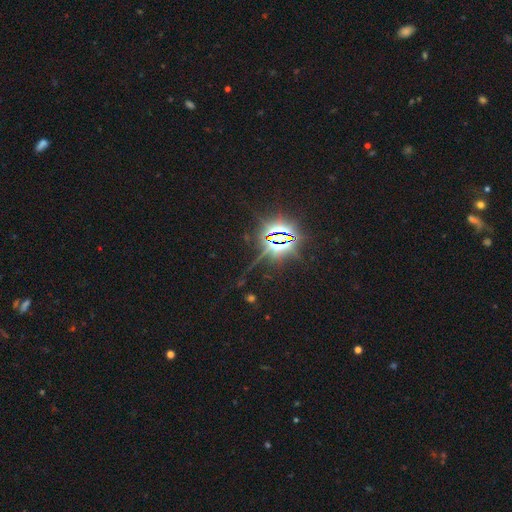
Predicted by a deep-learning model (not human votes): This is clearly a star or artifact rather than a galaxy (86%).